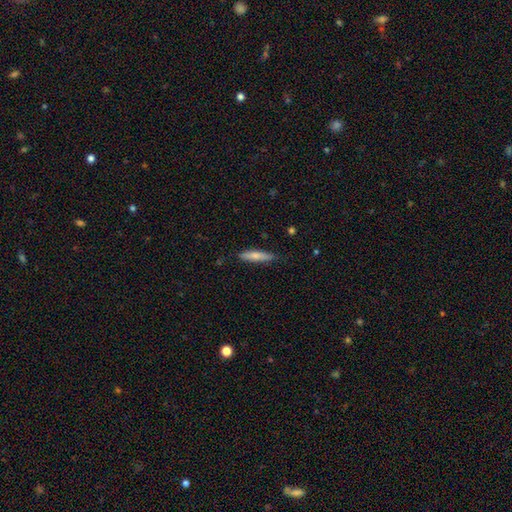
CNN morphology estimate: Overall: smooth (73%). How rounded: cigar-shaped (83%). Merging: none (83%).